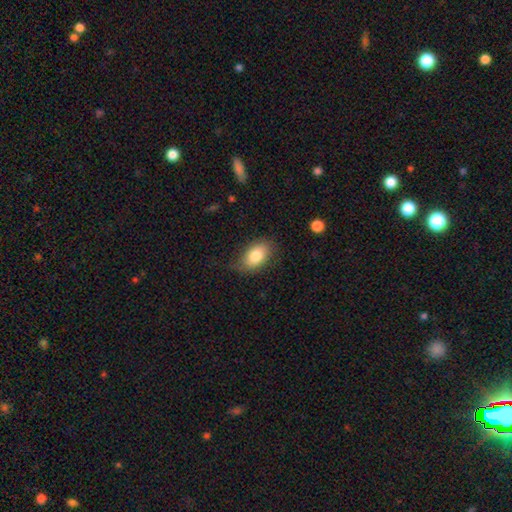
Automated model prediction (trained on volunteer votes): smooth_or_featured: smooth (p=0.82) [alt: featured or disk p=0.11]
how_rounded: in between (p=0.90) [alt: round p=0.09]
merging: none (p=0.71) [alt: minor disturbance p=0.22]